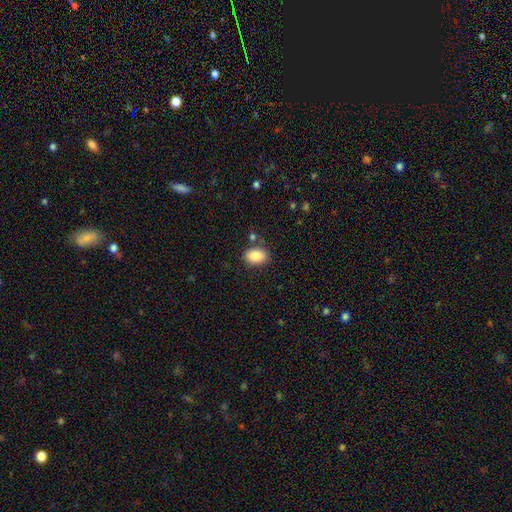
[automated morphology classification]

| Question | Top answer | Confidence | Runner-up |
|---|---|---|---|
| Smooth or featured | smooth | 89% | star or artifact (7%) |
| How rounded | in between | 84% | round (15%) |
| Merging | none | 79% | minor disturbance (13%) |